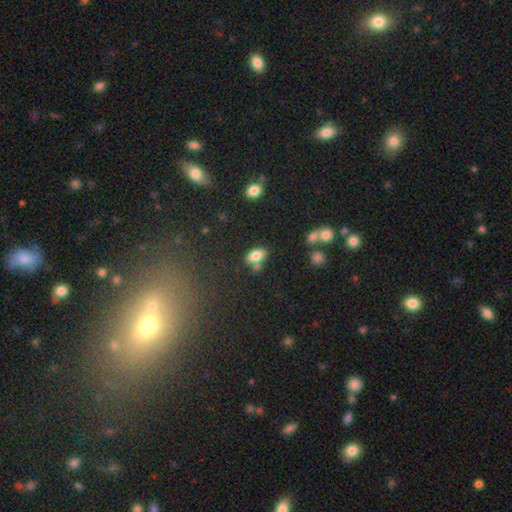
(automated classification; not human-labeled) A smooth galaxy with no disk features (80%) that is in between round and cigar-shaped (91%).

Vote fractions:
- Smooth or featured? smooth: 80% / featured or disk: 10% / star or artifact: 9%
- How rounded? in between: 91% / round: 6% / cigar-shaped: 3%
- Merging? none: 59% / merger: 21% / minor disturbance: 15% / major disturbance: 5%